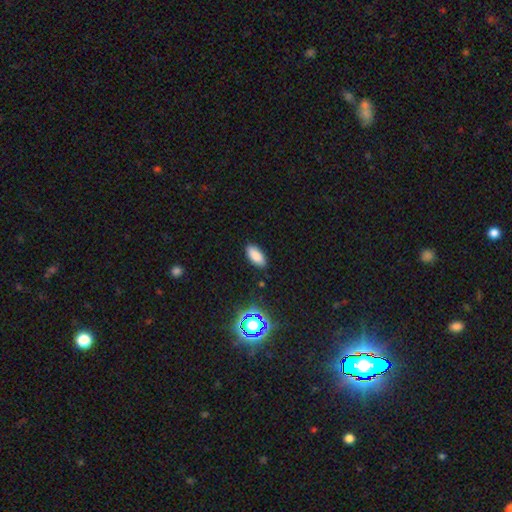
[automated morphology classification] type=smooth (84%); roundness=in between (87%); merging=none (88%).